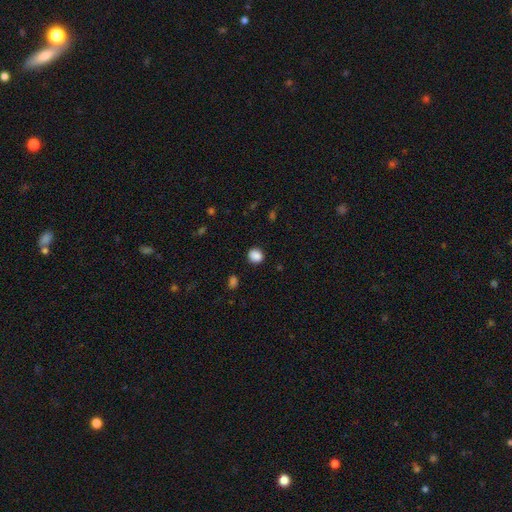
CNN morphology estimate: A smooth galaxy with no disk features (87%) that is round (75%). Merging: none (87%).